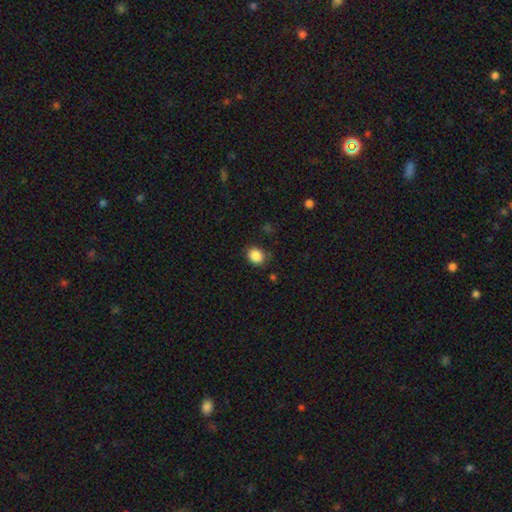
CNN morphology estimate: The model was most divided on "how rounded": round: 56%, in between: 43%, cigar-shaped: 1%. More confident: smooth or featured — smooth (87%); merging — none (82%).